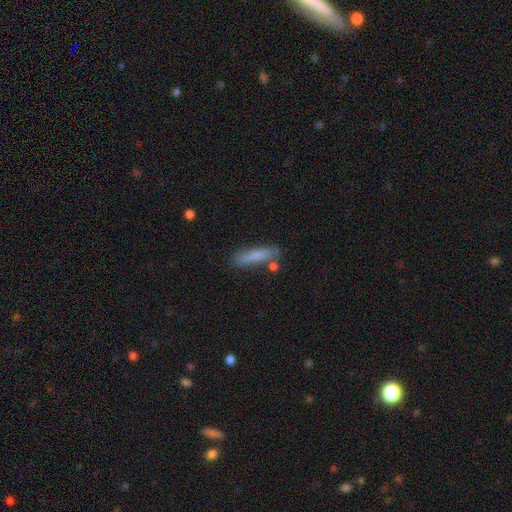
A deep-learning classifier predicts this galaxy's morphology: This is likely a smooth galaxy (78%). How rounded: likely cigar-shaped (79%). Merging: likely none (73%).